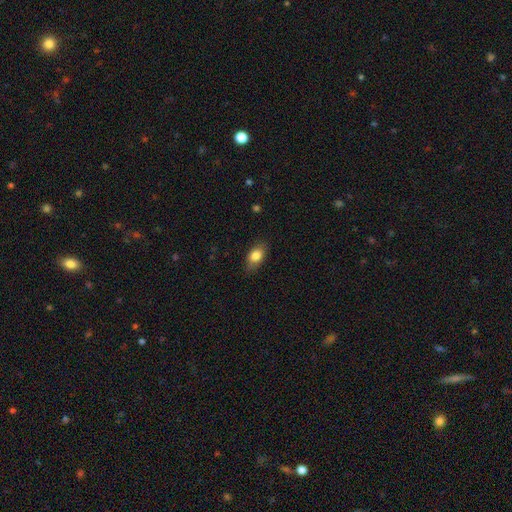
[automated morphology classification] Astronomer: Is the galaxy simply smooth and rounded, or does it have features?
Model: smooth — 81%.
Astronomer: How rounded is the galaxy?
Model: in between — 85%.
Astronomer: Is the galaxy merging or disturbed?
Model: none — 78%.